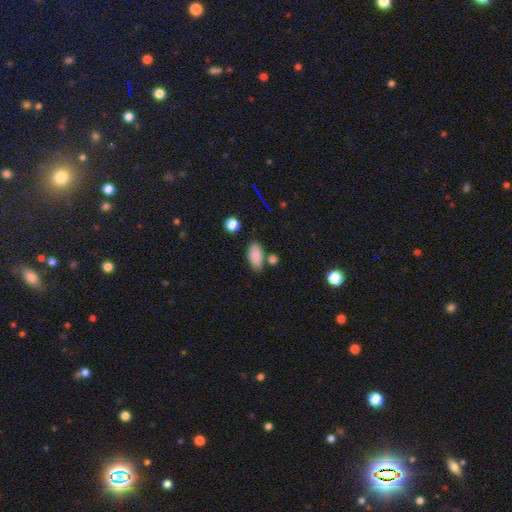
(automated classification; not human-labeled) smooth_or_featured: smooth (p=0.87) [alt: star or artifact p=0.08]
how_rounded: in between (p=0.88) [alt: cigar-shaped p=0.08]
merging: none (p=0.73) [alt: minor disturbance p=0.13]